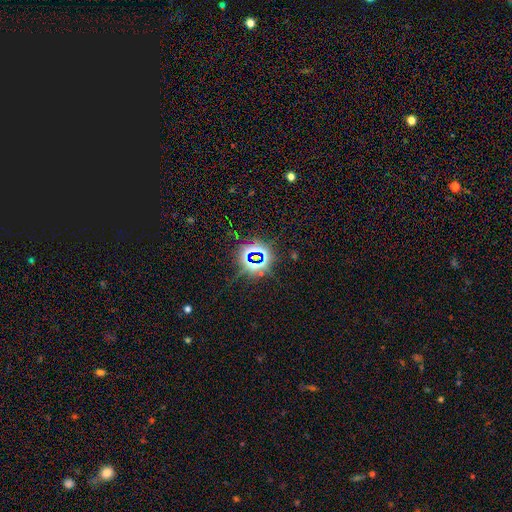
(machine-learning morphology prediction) Smooth or featured? star or artifact (78%)